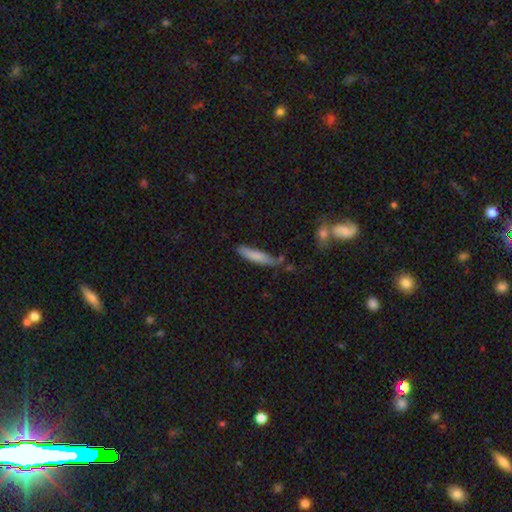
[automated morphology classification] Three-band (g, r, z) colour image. It shows a smooth galaxy with no disk features (77%) that is cigar-shaped (83%). Merging: none (58%).